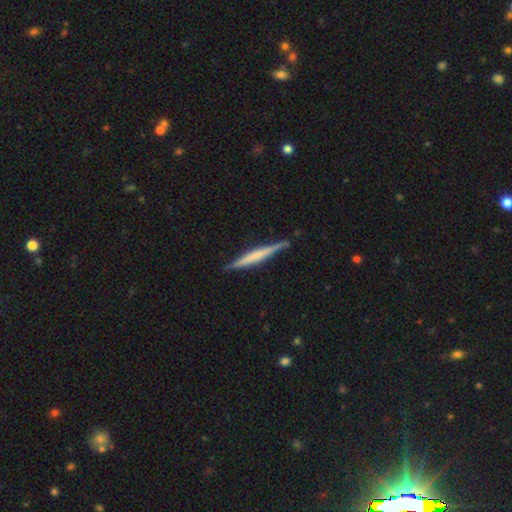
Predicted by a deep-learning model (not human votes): smooth_or_featured: featured or disk (p=0.58) [alt: smooth p=0.37]
disk_edge_on: yes (p=0.98) [alt: no p=0.02]
edge_on_bulge: none (p=0.51) [alt: rounded p=0.25]
merging: none (p=0.87) [alt: minor disturbance p=0.10]